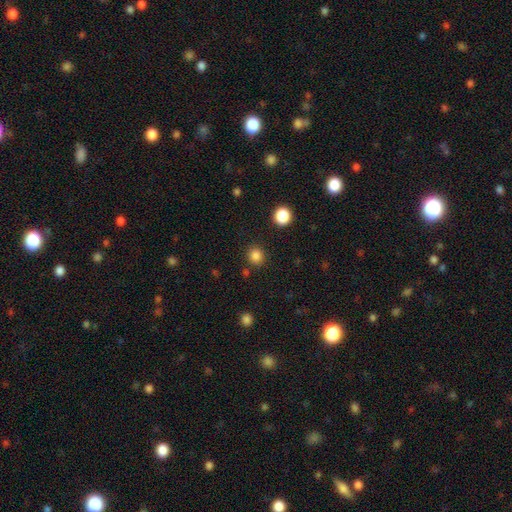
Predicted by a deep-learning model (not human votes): Overall: smooth (85%). How rounded: round (88%). Merging: none (87%).